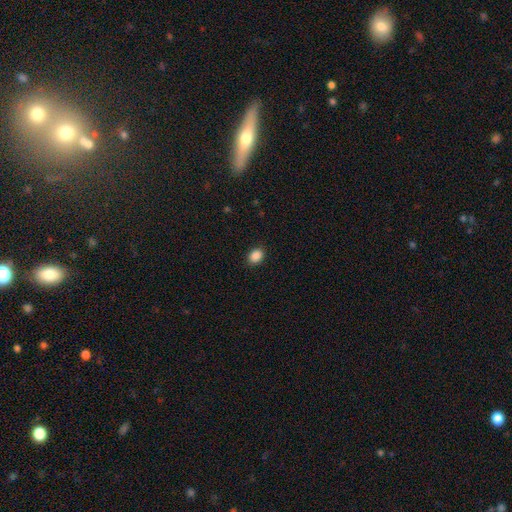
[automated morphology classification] type=smooth (88%); roundness=in between (56%); merging=none (89%).